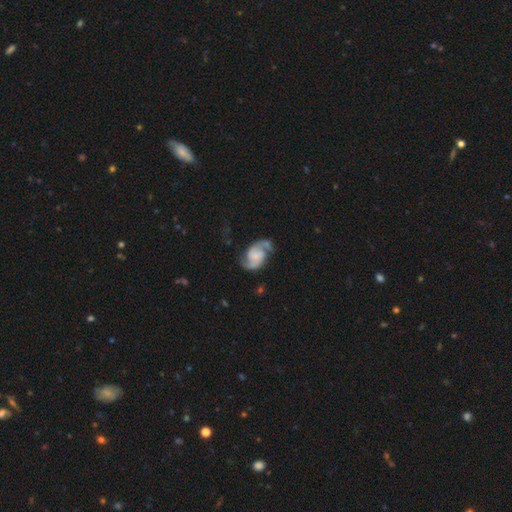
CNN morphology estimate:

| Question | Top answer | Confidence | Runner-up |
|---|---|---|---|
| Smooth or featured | featured or disk | 85% | smooth (9%) |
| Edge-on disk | no | 98% | yes (2%) |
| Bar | no | 54% | weak (34%) |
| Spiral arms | yes | 97% | no (3%) |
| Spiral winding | medium | 49% | loose (34%) |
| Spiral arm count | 2 | 93% | can't tell (2%) |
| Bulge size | none | 48% | small (22%) |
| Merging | none | 66% | minor disturbance (19%) |